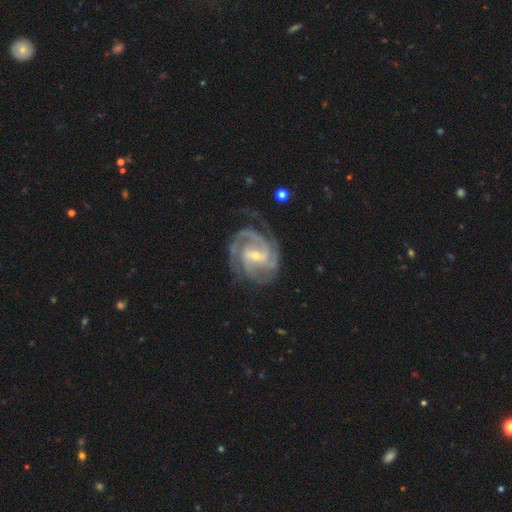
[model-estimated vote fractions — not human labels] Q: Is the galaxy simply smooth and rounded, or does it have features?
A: featured or disk — 92%.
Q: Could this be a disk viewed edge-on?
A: no — 98%.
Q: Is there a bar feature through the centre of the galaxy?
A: weak — 47%.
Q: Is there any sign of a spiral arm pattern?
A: yes — 98%.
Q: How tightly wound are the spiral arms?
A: tight — 58%.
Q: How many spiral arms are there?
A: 3 — 39%.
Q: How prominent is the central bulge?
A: small — 64%.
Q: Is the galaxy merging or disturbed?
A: none — 71%.